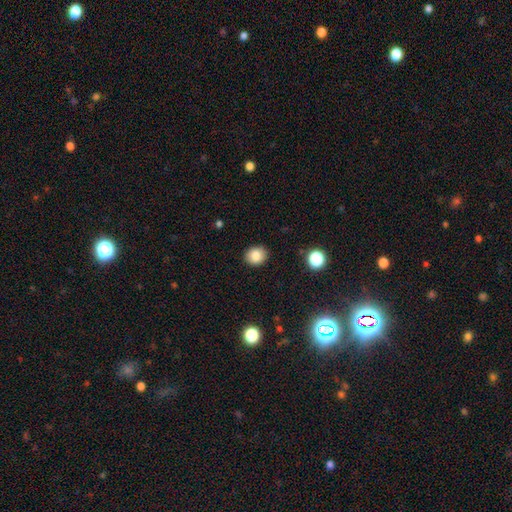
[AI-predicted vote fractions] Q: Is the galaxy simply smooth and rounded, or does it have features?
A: smooth — 84%.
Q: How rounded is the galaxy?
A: round — 67%.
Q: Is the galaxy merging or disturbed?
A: none — 89%.